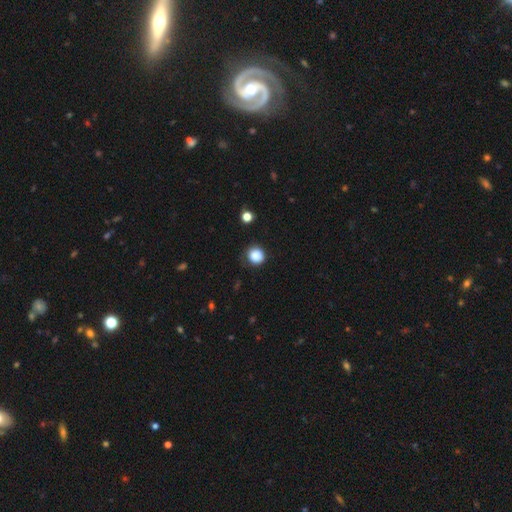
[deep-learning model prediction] Morphology: type=smooth (87%); roundness=round (90%); merging=none (78%).